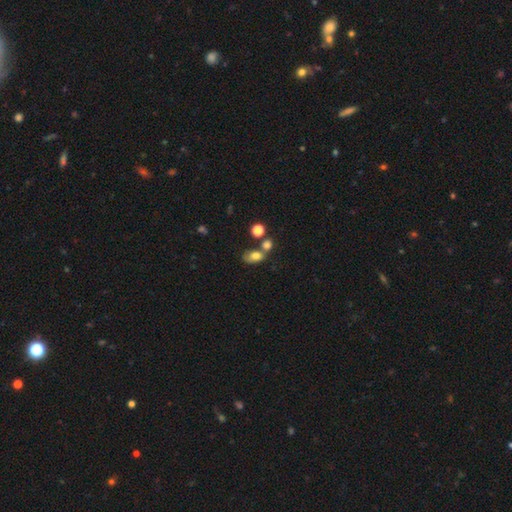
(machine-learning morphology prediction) smooth-or-featured: smooth: 74% | featured or disk: 14% | star or artifact: 13%
  how-rounded: in between: 76% | round: 22% | cigar-shaped: 2%
  merging: none: 38% | merger: 35% | minor disturbance: 17% | major disturbance: 10%